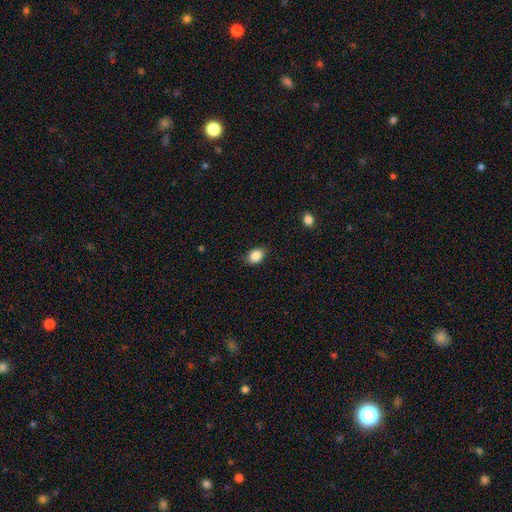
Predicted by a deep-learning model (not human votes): A smooth galaxy with no disk features (87%) that is in between round and cigar-shaped (64%). Merging: none (81%).